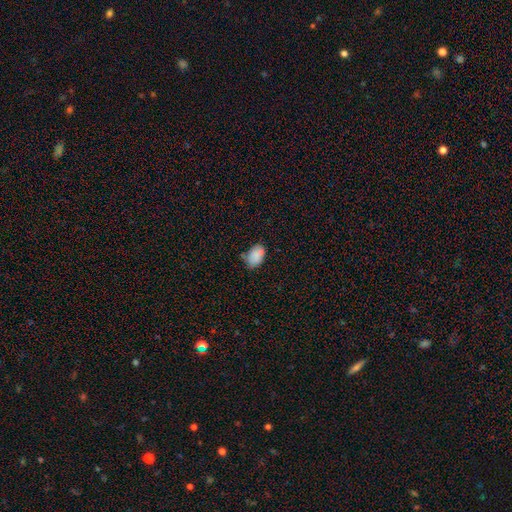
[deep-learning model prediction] smooth 83%, star or artifact 9%, featured or disk 8%. Down the decision tree: how rounded — in between (85%); merging — none (63%).